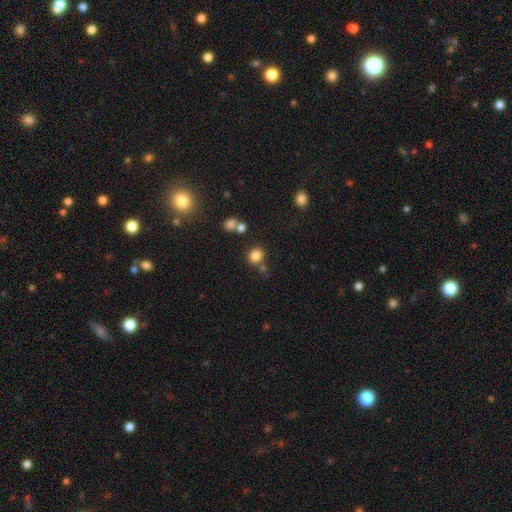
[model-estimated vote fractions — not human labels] Smooth or featured? Predicted: smooth (p=0.82). How rounded? Predicted: round (p=0.65). Merging? Predicted: none (p=0.70).